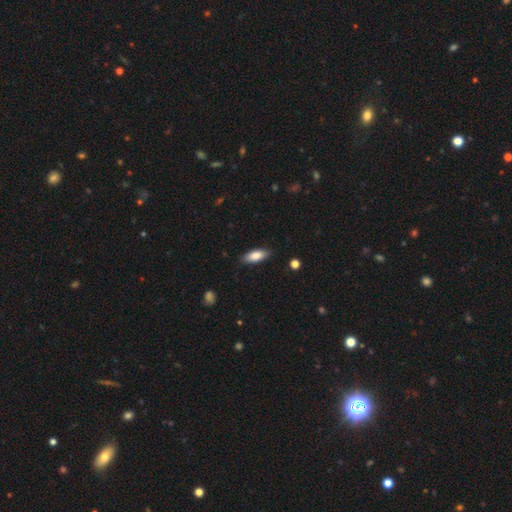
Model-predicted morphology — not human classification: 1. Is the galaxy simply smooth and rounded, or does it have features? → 82% smooth, 12% featured or disk, 6% star or artifact.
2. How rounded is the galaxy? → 73% in between, 25% cigar-shaped, 2% round.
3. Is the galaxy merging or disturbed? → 86% none, 11% minor disturbance, 2% major disturbance, 1% merger.